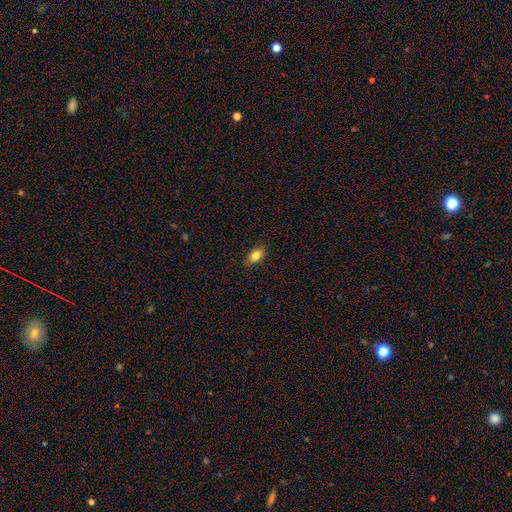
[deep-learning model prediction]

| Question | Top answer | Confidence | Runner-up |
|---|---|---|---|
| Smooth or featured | smooth | 83% | star or artifact (9%) |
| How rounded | in between | 83% | round (14%) |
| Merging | none | 86% | minor disturbance (11%) |